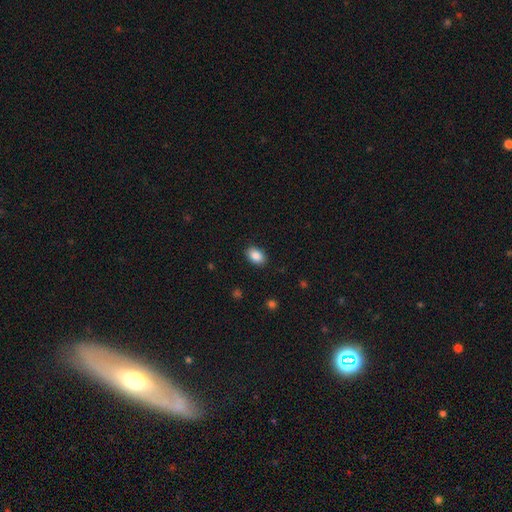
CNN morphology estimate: A smooth galaxy with no disk features (88%) that is in between round and cigar-shaped (85%).

Vote fractions:
- Smooth or featured? smooth: 88% / star or artifact: 8% / featured or disk: 4%
- How rounded? in between: 85% / round: 14% / cigar-shaped: 1%
- Merging? none: 88% / minor disturbance: 9% / major disturbance: 2% / merger: 1%